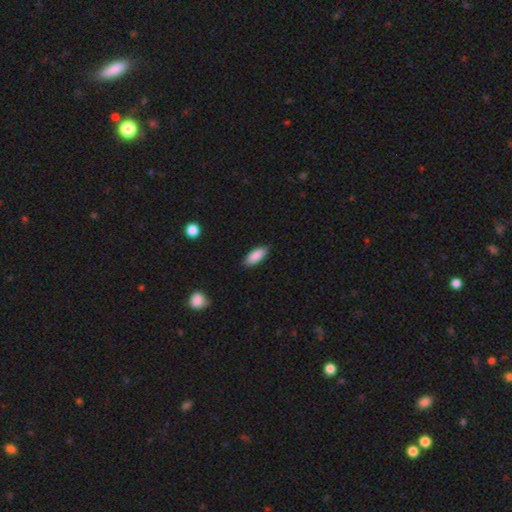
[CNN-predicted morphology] This appears to be a smooth galaxy with no disk features (89%) that is in between round and cigar-shaped (80%). Merging: none (87%).